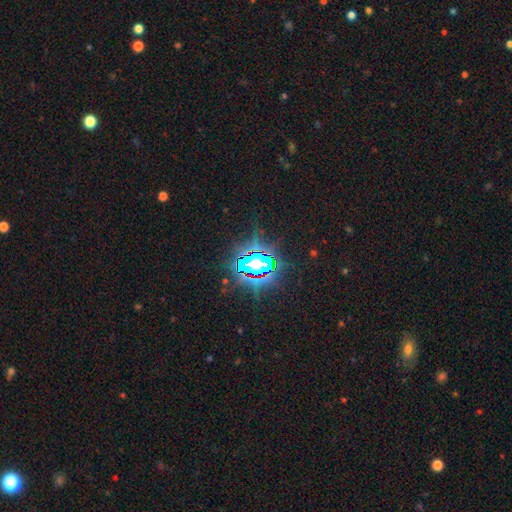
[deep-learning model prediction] smooth-or-featured: star or artifact: 83% | smooth: 10% | featured or disk: 7%